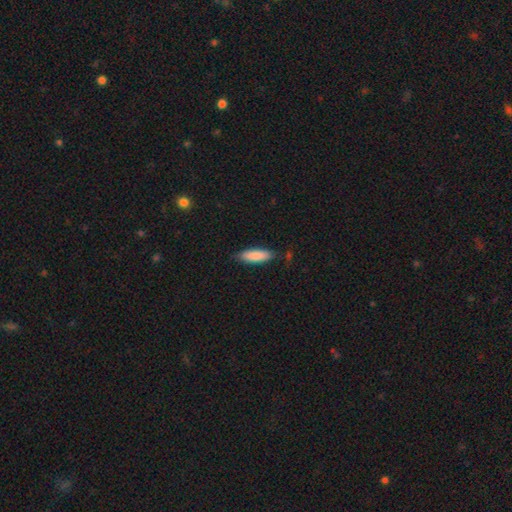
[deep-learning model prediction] smooth-or-featured: smooth: 86% | featured or disk: 9% | star or artifact: 6%
  how-rounded: in between: 51% | cigar-shaped: 47% | round: 2%
  merging: none: 79% | minor disturbance: 17% | major disturbance: 3% | merger: 2%